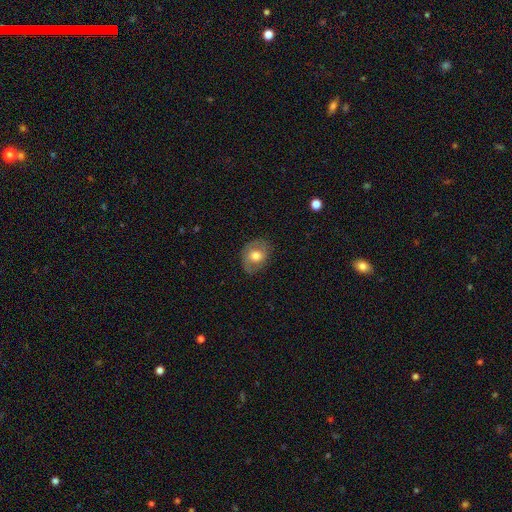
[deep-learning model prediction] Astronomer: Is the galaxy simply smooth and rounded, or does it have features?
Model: smooth — 51% (runner-up: featured or disk, 41%).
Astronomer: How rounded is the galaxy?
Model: in between — 51% (runner-up: round, 48%).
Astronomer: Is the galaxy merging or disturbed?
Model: none — 73%.